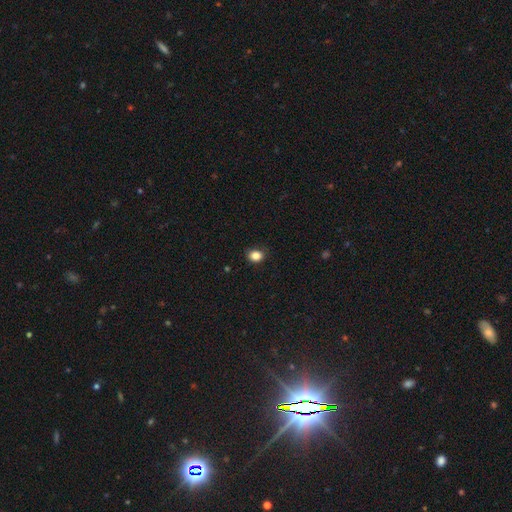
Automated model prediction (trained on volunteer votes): smooth-or-featured: smooth: 85% | star or artifact: 11% | featured or disk: 4%
  how-rounded: in between: 50% | round: 49% | cigar-shaped: 1%
  merging: none: 84% | minor disturbance: 13% | major disturbance: 2% | merger: 1%